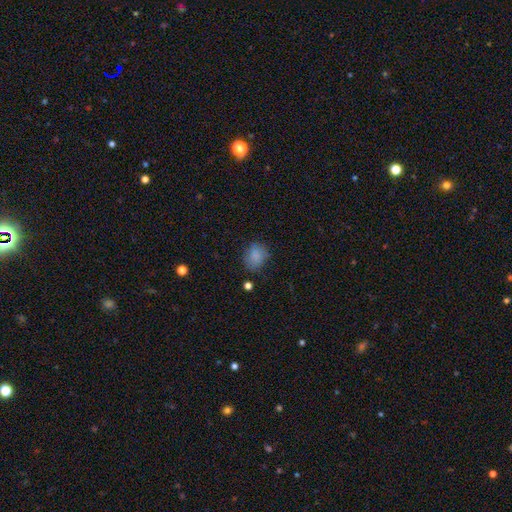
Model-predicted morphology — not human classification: smooth-or-featured: smooth: 83% | star or artifact: 10% | featured or disk: 7%
  how-rounded: round: 50% | in between: 49% | cigar-shaped: 1%
  merging: none: 71% | minor disturbance: 21% | major disturbance: 6% | merger: 2%